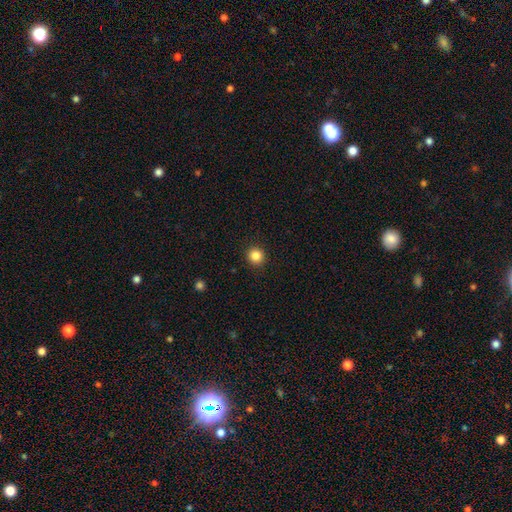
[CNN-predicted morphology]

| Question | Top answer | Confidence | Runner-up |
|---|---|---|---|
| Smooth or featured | smooth | 85% | star or artifact (11%) |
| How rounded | round | 94% | in between (6%) |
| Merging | none | 92% | minor disturbance (5%) |